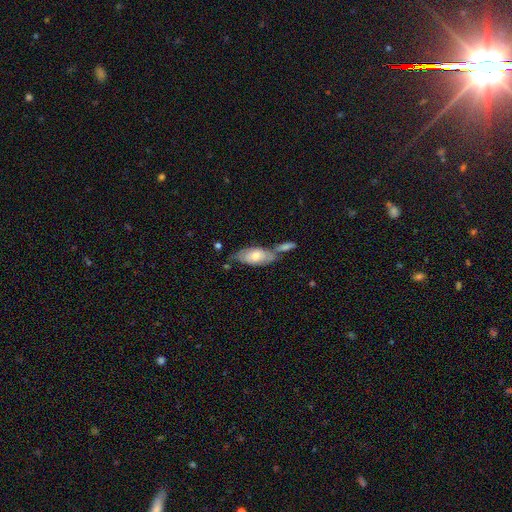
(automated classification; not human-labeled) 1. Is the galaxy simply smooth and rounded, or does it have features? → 58% smooth, 36% featured or disk, 6% star or artifact.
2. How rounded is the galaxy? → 85% in between, 12% cigar-shaped, 3% round.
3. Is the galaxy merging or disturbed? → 41% none, 35% merger, 18% minor disturbance, 6% major disturbance.